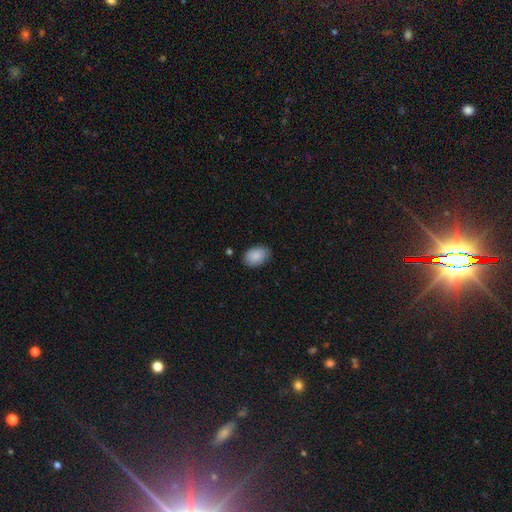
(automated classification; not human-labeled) A smooth galaxy with no disk features (89%) that is in between round and cigar-shaped (85%). Merging: none (82%).